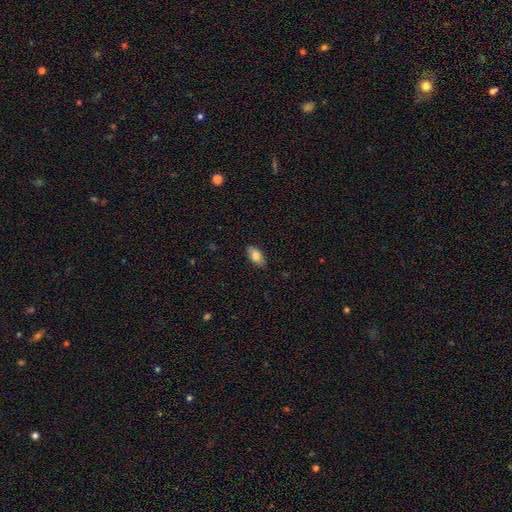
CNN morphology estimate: smooth 81%, featured or disk 12%, star or artifact 7%. Down the decision tree: how rounded — in between (91%); merging — none (86%).